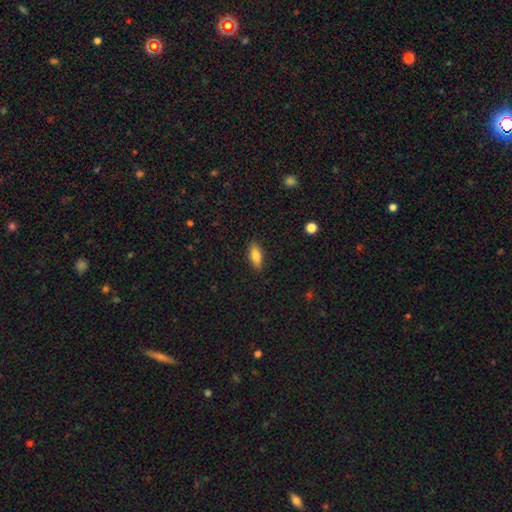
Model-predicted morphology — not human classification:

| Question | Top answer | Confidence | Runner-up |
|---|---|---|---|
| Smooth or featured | smooth | 83% | featured or disk (10%) |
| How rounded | in between | 78% | cigar-shaped (19%) |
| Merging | none | 88% | minor disturbance (9%) |